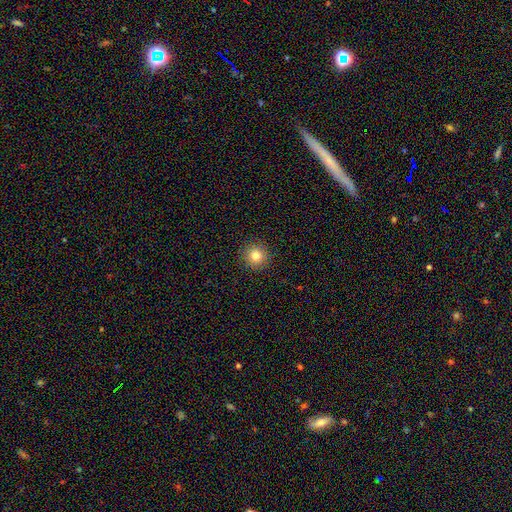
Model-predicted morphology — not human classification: Q: Smooth or featured?
A: smooth (82%); runner-up: star or artifact (12%)
Q: How rounded?
A: round (94%); runner-up: in between (6%)
Q: Merging?
A: none (92%); runner-up: minor disturbance (5%)